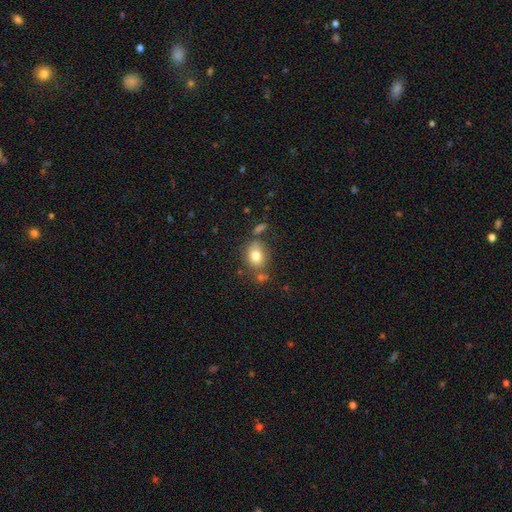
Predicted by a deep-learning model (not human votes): Smooth or featured? Predicted: smooth (p=0.78). How rounded? Predicted: round (p=0.50). Merging? Predicted: none (p=0.66).